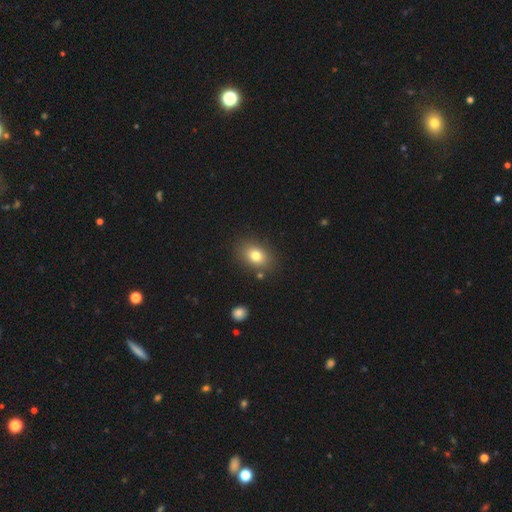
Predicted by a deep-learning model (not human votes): This is likely a smooth galaxy (78%). How rounded: likely in between (74%). Merging: clearly none (83%).